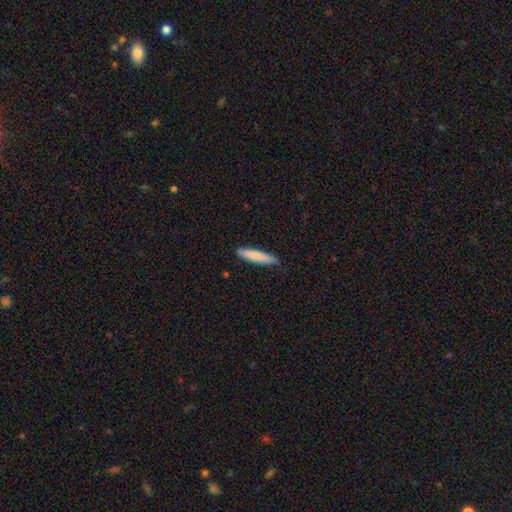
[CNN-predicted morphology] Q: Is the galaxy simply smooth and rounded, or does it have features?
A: smooth — 80%.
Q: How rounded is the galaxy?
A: cigar-shaped — 90%.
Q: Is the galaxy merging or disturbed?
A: none — 86%.